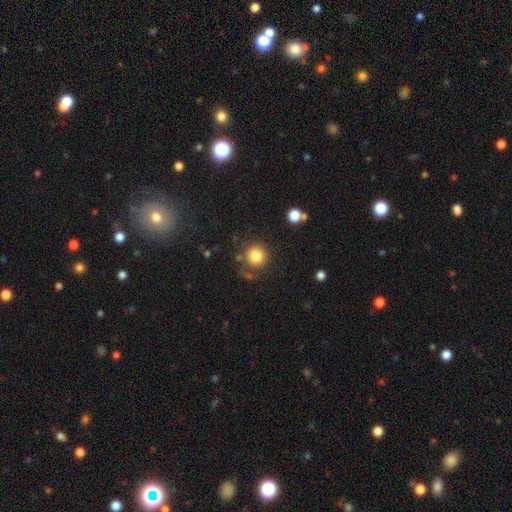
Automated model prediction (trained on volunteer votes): This appears to be a smooth galaxy with no disk features (83%) that is round (93%). Merging: none (75%).